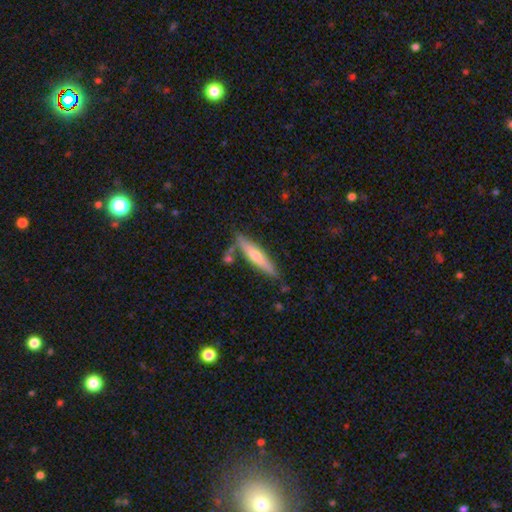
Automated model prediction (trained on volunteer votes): The model was most divided on "smooth or featured": smooth: 49%, featured or disk: 45%, star or artifact: 6%. More confident: merging — none (78%).